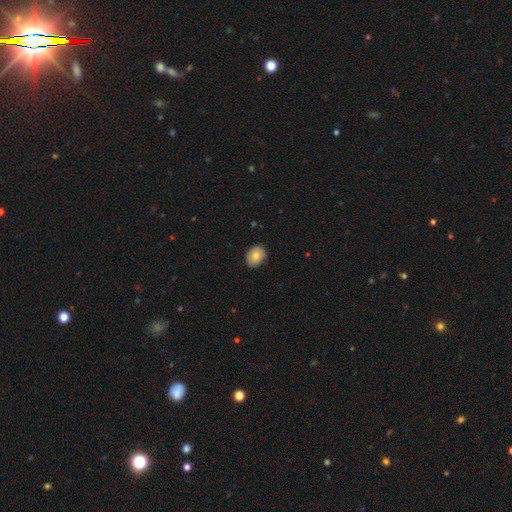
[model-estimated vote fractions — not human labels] Smooth or featured? Predicted: smooth (p=0.79). How rounded? Predicted: in between (p=0.58). Merging? Predicted: none (p=0.85).